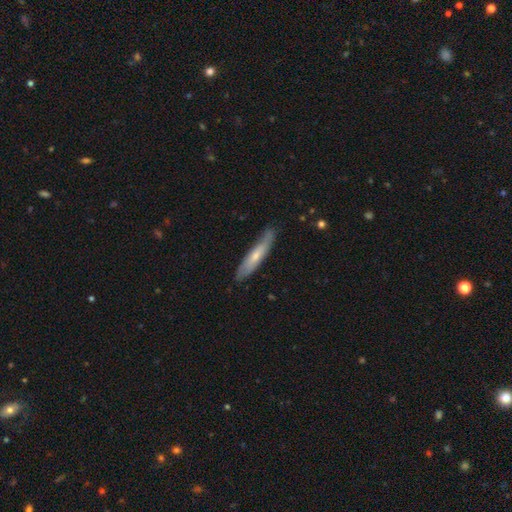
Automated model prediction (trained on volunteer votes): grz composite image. It shows a smooth galaxy with no disk features (56%) that is cigar-shaped (86%). Merging: none (76%).